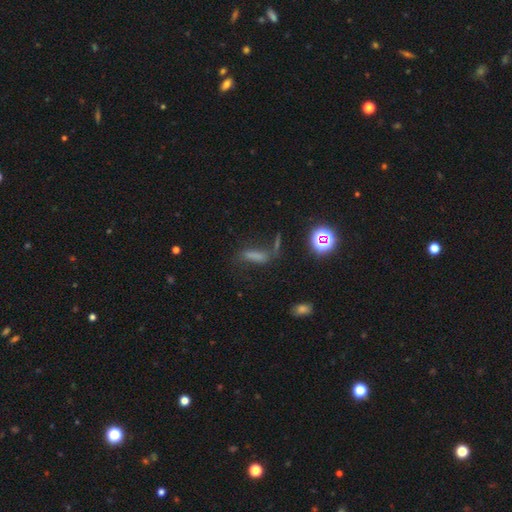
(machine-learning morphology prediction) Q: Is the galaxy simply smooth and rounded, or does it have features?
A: smooth — 56%.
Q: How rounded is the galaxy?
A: cigar-shaped — 56%.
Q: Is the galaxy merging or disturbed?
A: none — 50%.